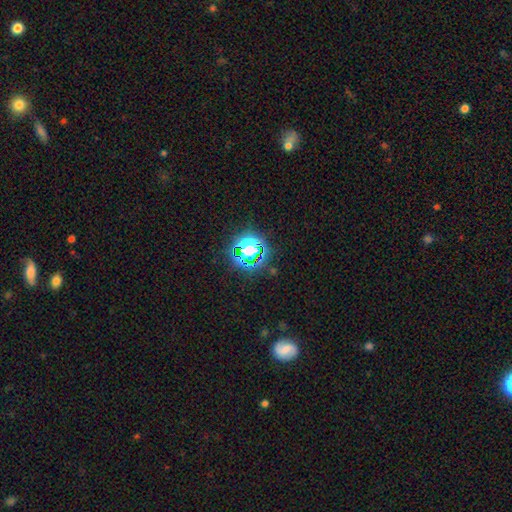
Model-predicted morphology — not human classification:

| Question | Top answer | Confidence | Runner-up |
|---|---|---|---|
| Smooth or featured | star or artifact | 68% | smooth (23%) |